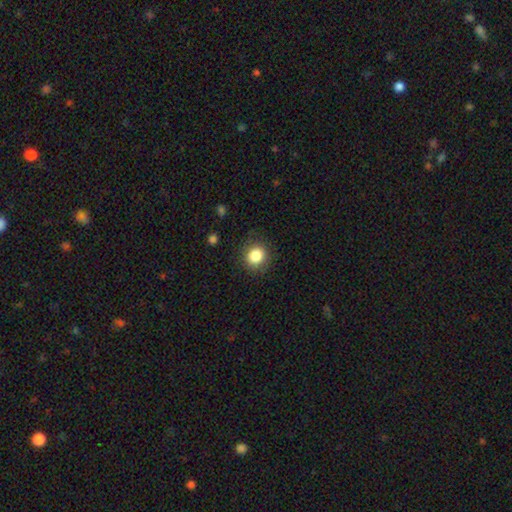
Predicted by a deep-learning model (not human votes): Q: Smooth or featured?
A: smooth (84%); runner-up: star or artifact (10%)
Q: How rounded?
A: round (85%); runner-up: in between (14%)
Q: Merging?
A: none (86%); runner-up: minor disturbance (10%)